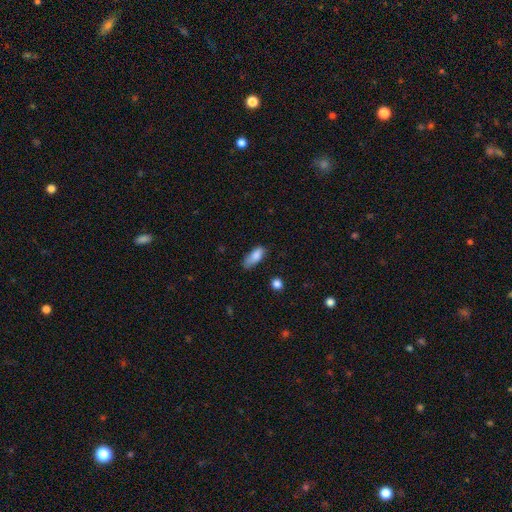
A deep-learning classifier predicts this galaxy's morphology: smooth_or_featured: smooth (p=0.83) [alt: featured or disk p=0.10]
how_rounded: in between (p=0.75) [alt: cigar-shaped p=0.22]
merging: none (p=0.54) [alt: minor disturbance p=0.34]